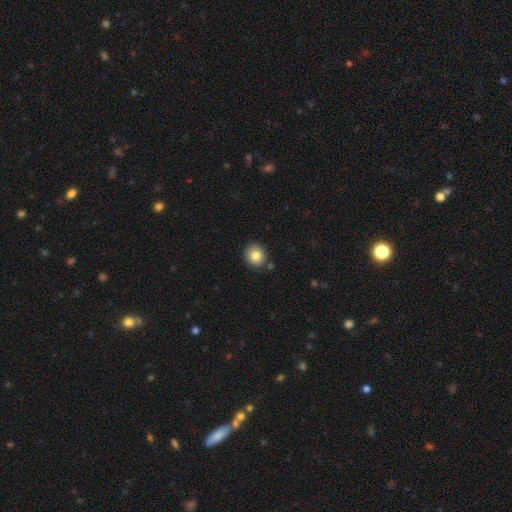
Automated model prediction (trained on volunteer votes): A smooth galaxy with no disk features (81%) that is round (86%).

Vote fractions:
- Smooth or featured? smooth: 81% / star or artifact: 10% / featured or disk: 9%
- How rounded? round: 86% / in between: 13% / cigar-shaped: 1%
- Merging? none: 84% / minor disturbance: 10% / merger: 4% / major disturbance: 2%